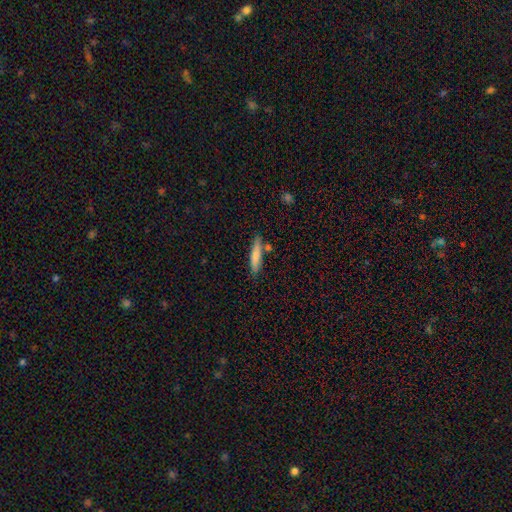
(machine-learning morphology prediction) smooth 72%, featured or disk 22%, star or artifact 6%. Down the decision tree: how rounded — cigar-shaped (82%); merging — none (77%).